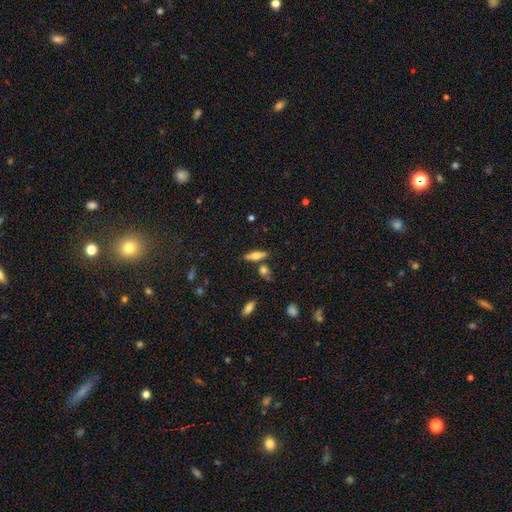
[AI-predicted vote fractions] smooth-or-featured: smooth: 51% | featured or disk: 41% | star or artifact: 8%
  how-rounded: cigar-shaped: 55% | in between: 42% | round: 3%
  merging: none: 76% | minor disturbance: 12% | merger: 9% | major disturbance: 3%